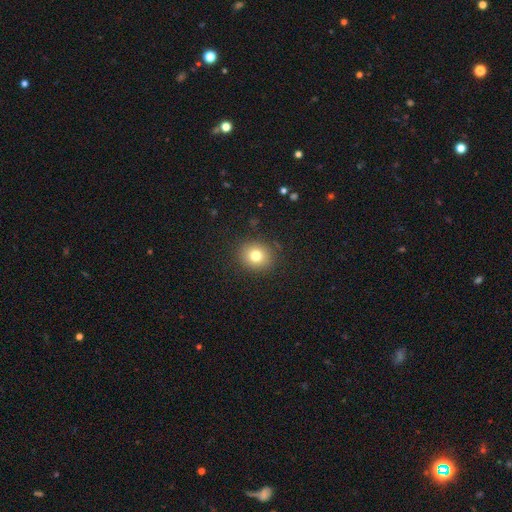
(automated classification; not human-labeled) The model was most divided on "how rounded": round: 81%, in between: 19%, cigar-shaped: 1%. More confident: merging — none (88%); smooth or featured — smooth (77%).